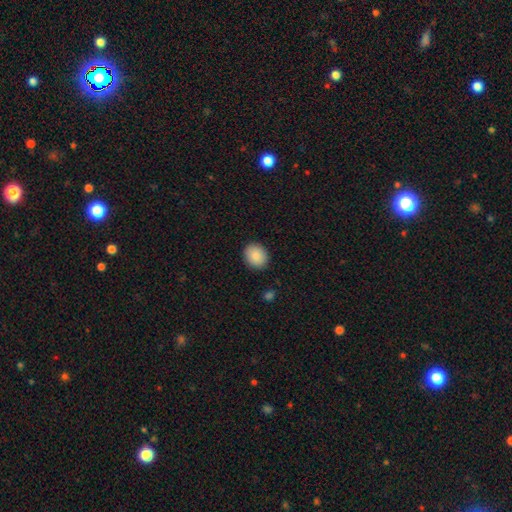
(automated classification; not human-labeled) smooth 89%, star or artifact 7%, featured or disk 4%. Down the decision tree: how rounded — round (66%); merging — none (90%).